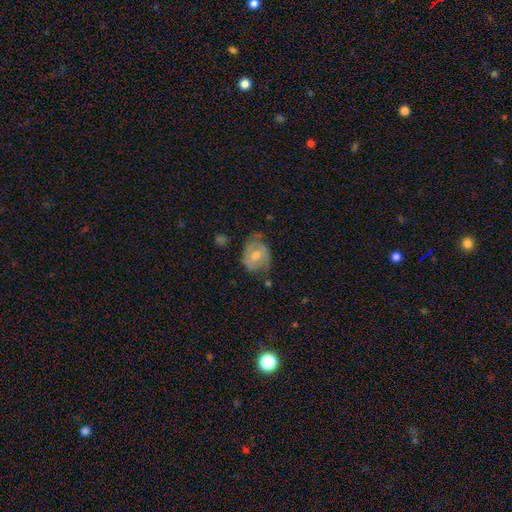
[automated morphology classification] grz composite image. It shows a smooth galaxy with no disk features (49%). Merging: none (54%).